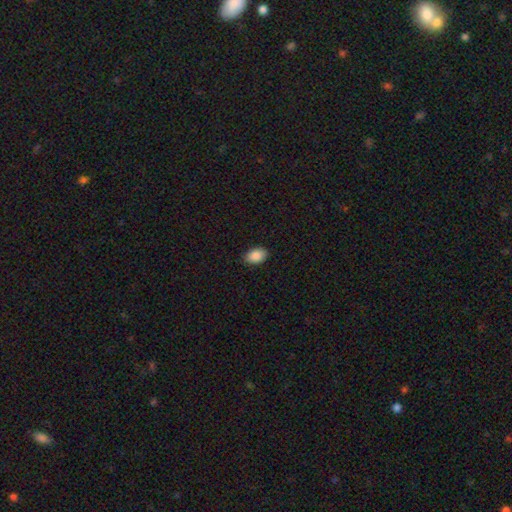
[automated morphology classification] This appears to be a smooth galaxy with no disk features (89%) that is in between round and cigar-shaped (87%). Merging: none (87%).